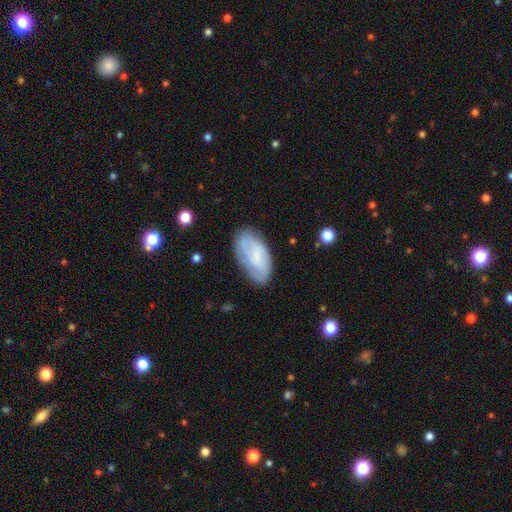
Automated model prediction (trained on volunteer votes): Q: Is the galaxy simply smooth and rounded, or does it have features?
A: smooth — 50%.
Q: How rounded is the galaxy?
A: in between — 94%.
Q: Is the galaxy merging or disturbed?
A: none — 71%.